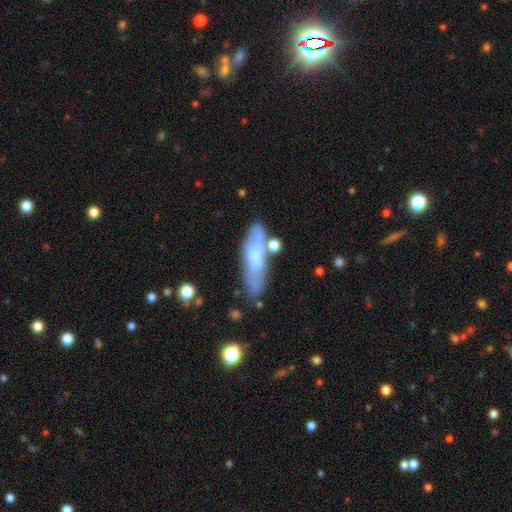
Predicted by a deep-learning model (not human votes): A smooth galaxy with no disk features (48%).

Vote fractions:
- Smooth or featured? smooth: 48% / featured or disk: 45% / star or artifact: 8%
- Merging? none: 55% / minor disturbance: 23% / merger: 12% / major disturbance: 10%